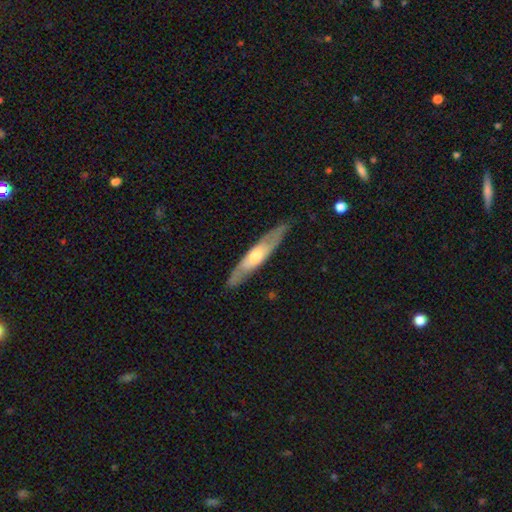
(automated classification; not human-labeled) Smooth or featured: featured or disk — 57% (smooth — 38%)
Edge-on disk: yes — 73% (no — 27%)
Merging: none — 84% (minor disturbance — 12%)